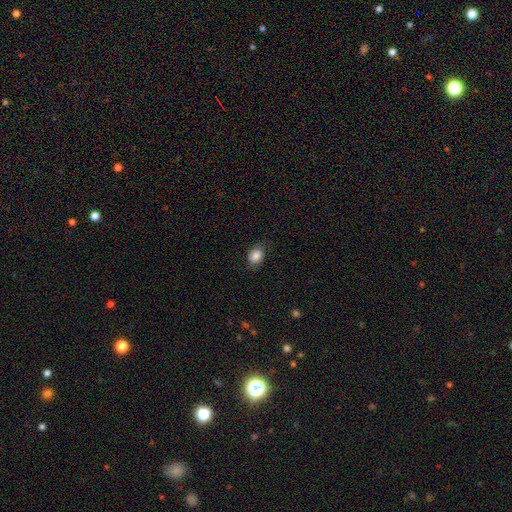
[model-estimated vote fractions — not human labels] The model was most divided on "how rounded": in between: 61%, round: 38%, cigar-shaped: 1%. More confident: smooth or featured — smooth (85%); merging — none (72%).